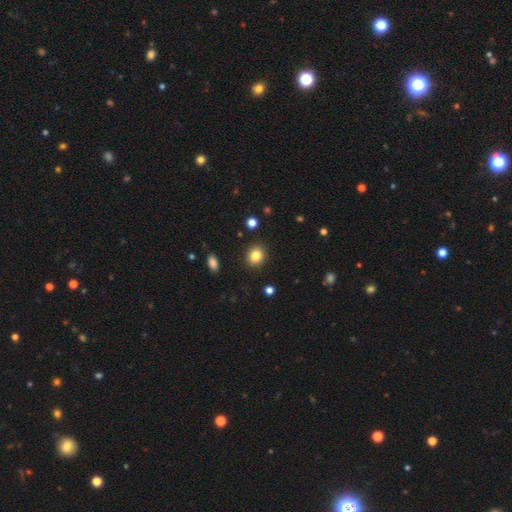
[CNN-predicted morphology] smooth_or_featured: smooth (p=0.84) [alt: star or artifact p=0.10]
how_rounded: round (p=0.72) [alt: in between p=0.27]
merging: none (p=0.90) [alt: minor disturbance p=0.06]